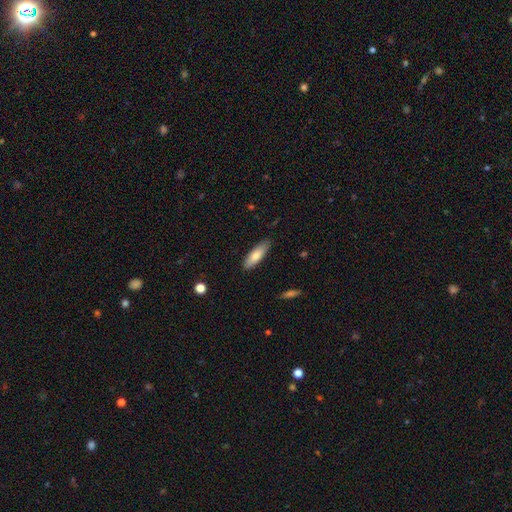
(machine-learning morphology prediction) Smooth or featured?
  - smooth: 78% *
  - featured or disk: 17%
  - star or artifact: 6%
How rounded?
  - cigar-shaped: 49% * (tied)
  - in between: 49% * (tied)
  - round: 2%
Merging?
  - none: 84% *
  - minor disturbance: 13%
  - major disturbance: 2%
  - merger: 1%